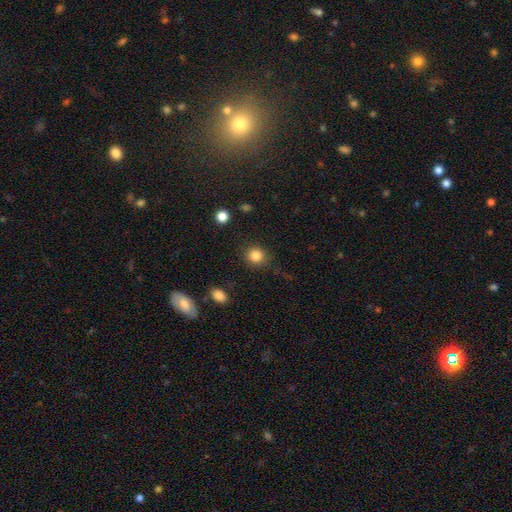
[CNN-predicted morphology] This is clearly a smooth galaxy (84%). How rounded: clearly round (87%). Merging: clearly none (85%).